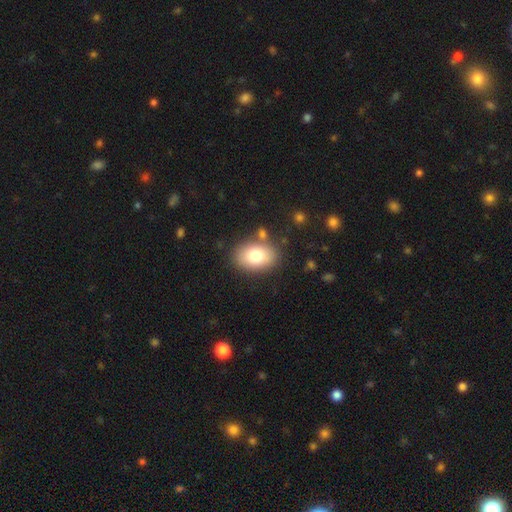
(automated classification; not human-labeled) smooth-or-featured: smooth: 80% | featured or disk: 12% | star or artifact: 8%
  how-rounded: in between: 82% | round: 17% | cigar-shaped: 1%
  merging: none: 81% | minor disturbance: 11% | merger: 5% | major disturbance: 3%